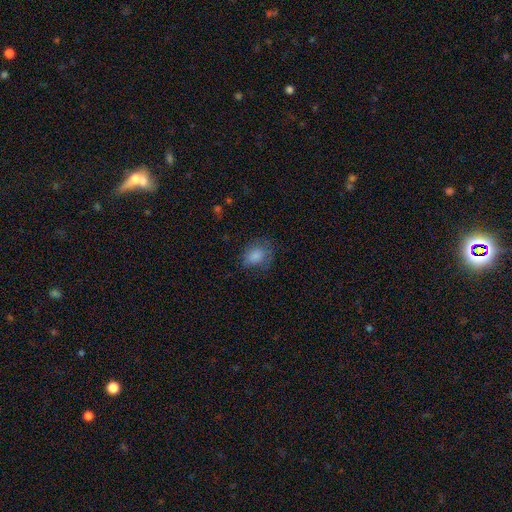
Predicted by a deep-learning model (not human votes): Morphology: type=smooth (83%); roundness=in between (71%); merging=none (65%).